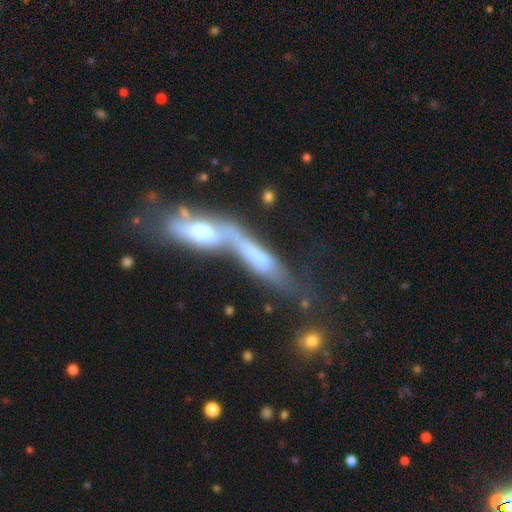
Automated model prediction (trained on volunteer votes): Morphology: type=smooth (52%); roundness=cigar-shaped (54%); merging=merger (66%).